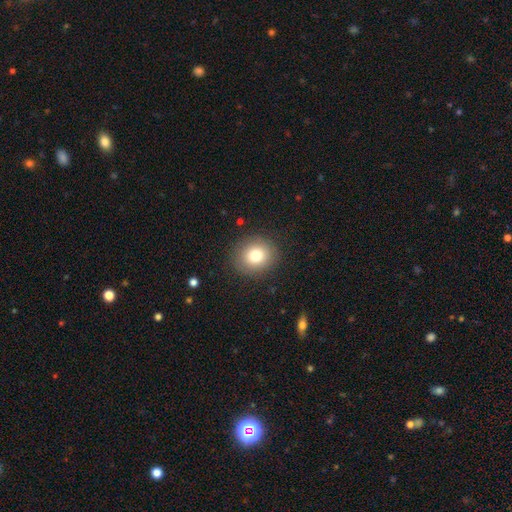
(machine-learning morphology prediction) smooth-or-featured: smooth: 78% | star or artifact: 11% | featured or disk: 11%
  how-rounded: round: 80% | in between: 19% | cigar-shaped: 1%
  merging: none: 88% | minor disturbance: 8% | major disturbance: 3% | merger: 1%